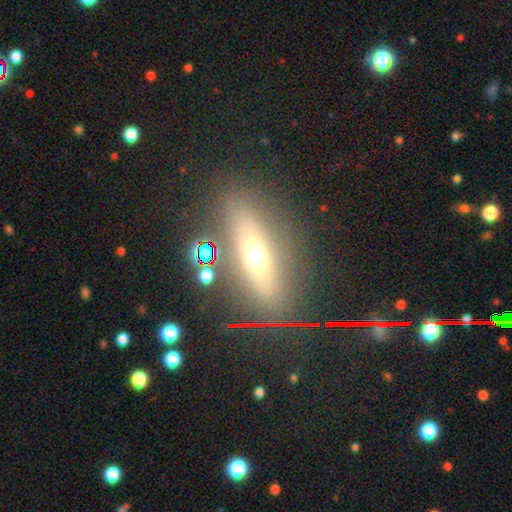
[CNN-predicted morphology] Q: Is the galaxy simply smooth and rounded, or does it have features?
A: featured or disk — 44%.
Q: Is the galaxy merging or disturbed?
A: none — 81%.